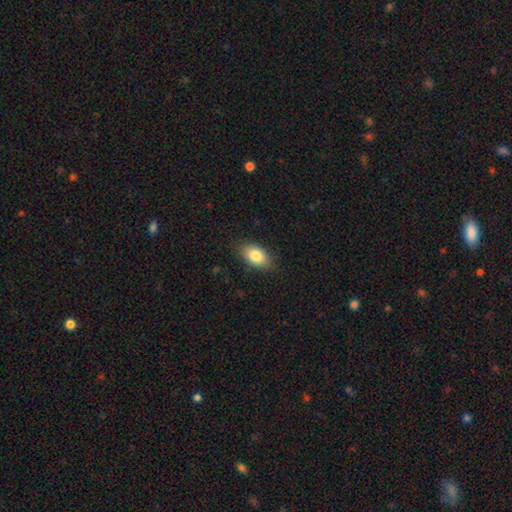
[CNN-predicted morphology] Smooth or featured? smooth (83%)
How rounded? in between (90%)
Merging? none (85%)